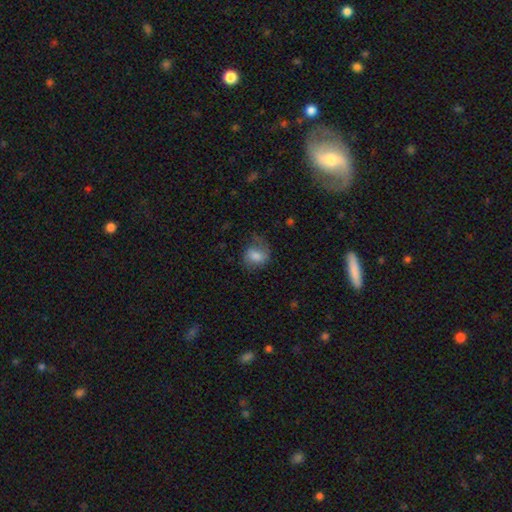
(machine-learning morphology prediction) This appears to be a smooth galaxy with no disk features (73%) that is round (51%). Merging: none (54%).